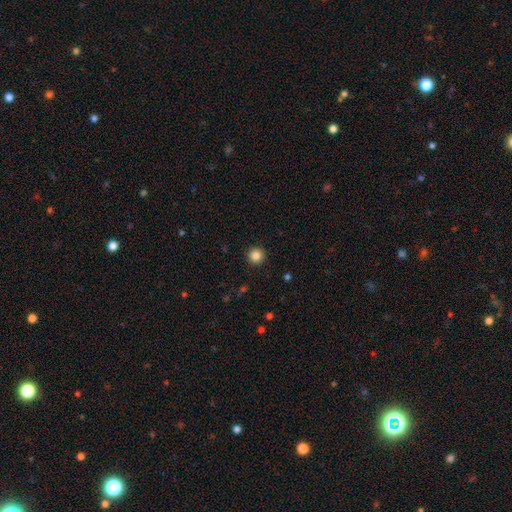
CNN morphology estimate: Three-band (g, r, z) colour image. It shows a smooth galaxy with no disk features (85%) that is round (96%). Merging: none (93%).